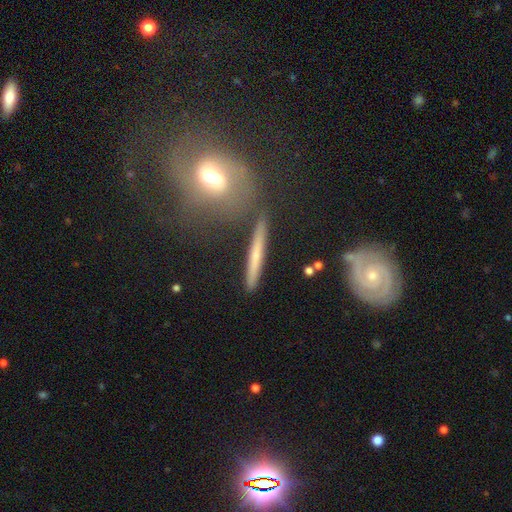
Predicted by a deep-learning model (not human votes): Smooth or featured? Predicted: featured or disk (p=0.47). Merging? Predicted: none (p=0.84).